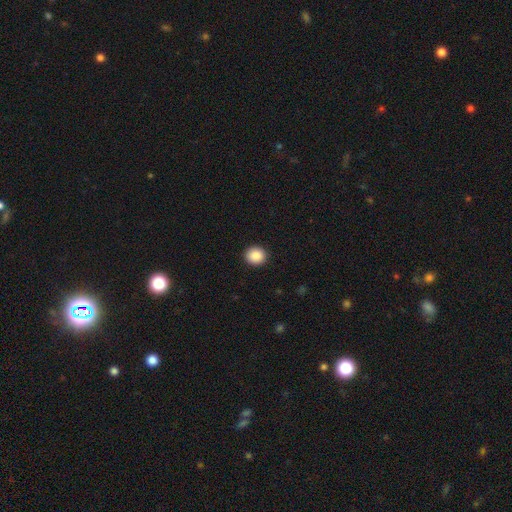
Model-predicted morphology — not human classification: Smooth or featured?
  - smooth: 89% *
  - star or artifact: 8%
  - featured or disk: 3%
How rounded?
  - round: 86% *
  - in between: 13%
  - cigar-shaped: 1%
Merging?
  - none: 92% *
  - minor disturbance: 5%
  - major disturbance: 2%
  - merger: 1%